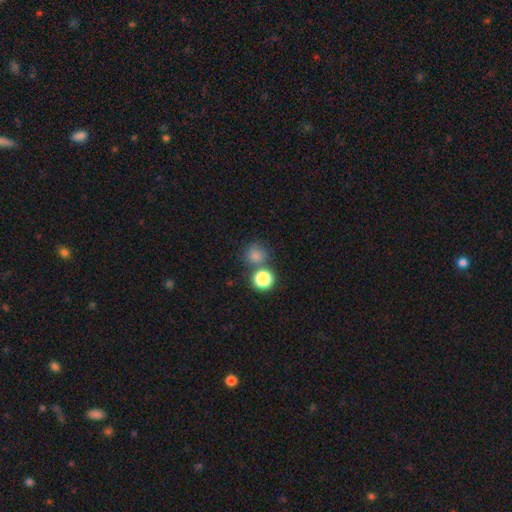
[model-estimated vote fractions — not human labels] Overall: smooth (78%). How rounded: round (88%). Merging: none (62%; merger 23%).